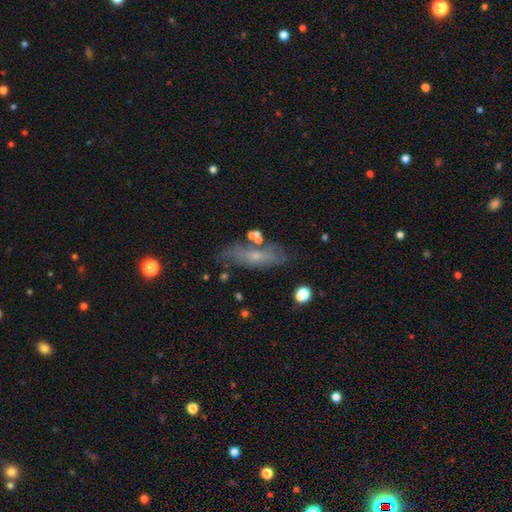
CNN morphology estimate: smooth-or-featured: featured or disk: 46% | smooth: 45% | star or artifact: 9%
  merging: none: 69% | minor disturbance: 19% | merger: 6% | major disturbance: 6%